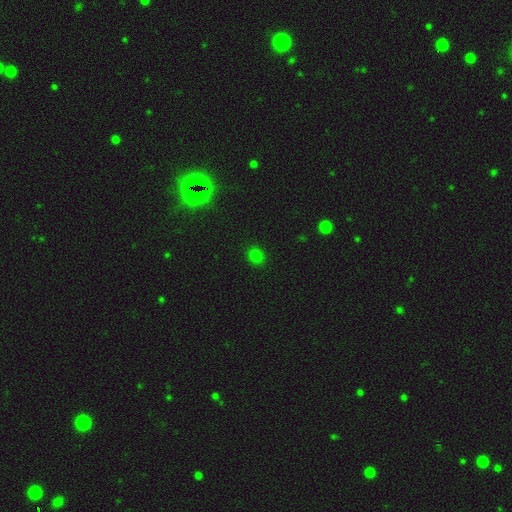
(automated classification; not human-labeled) Overall: smooth (77%). How rounded: round (80%). Merging: none (90%).